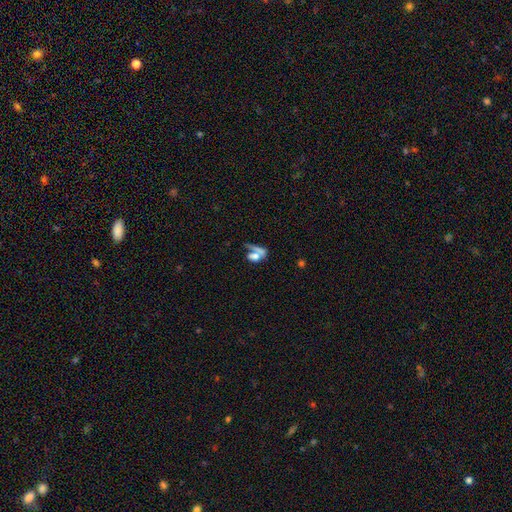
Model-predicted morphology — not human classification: This is likely a smooth galaxy (64%). How rounded: possibly in between (59%). Merging: possibly merger (48%).